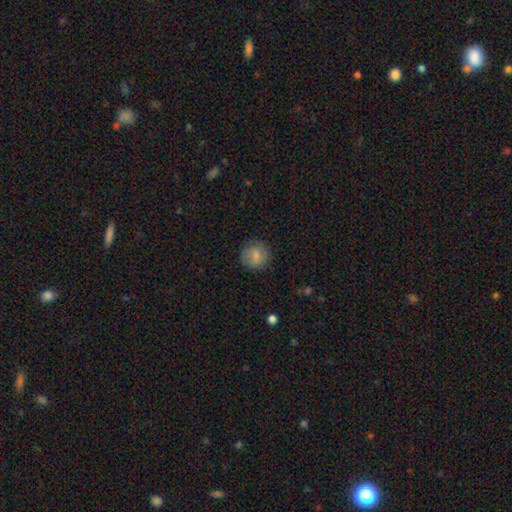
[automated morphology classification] Q: Smooth or featured?
A: smooth (77%); runner-up: featured or disk (15%)
Q: How rounded?
A: round (90%); runner-up: in between (9%)
Q: Merging?
A: none (82%); runner-up: minor disturbance (13%)